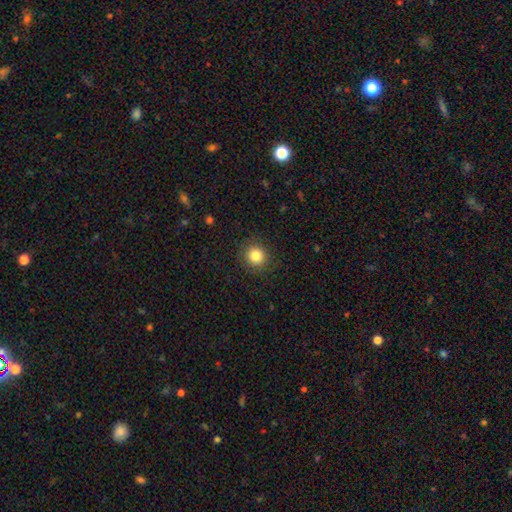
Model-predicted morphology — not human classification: A smooth galaxy with no disk features (83%) that is round (91%).

Vote fractions:
- Smooth or featured? smooth: 83% / star or artifact: 11% / featured or disk: 6%
- How rounded? round: 91% / in between: 8% / cigar-shaped: 1%
- Merging? none: 89% / minor disturbance: 7% / major disturbance: 3% / merger: 1%